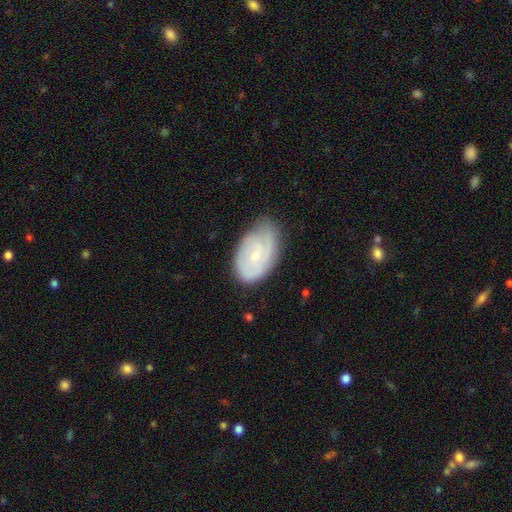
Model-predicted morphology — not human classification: This is possibly a featured or disk galaxy (59%). It is clearly not viewed edge-on (96%). Bar: likely no (70%). Spiral arm pattern: clearly yes (82%). Central bulge: likely small (72%). Merging: likely none (63%).